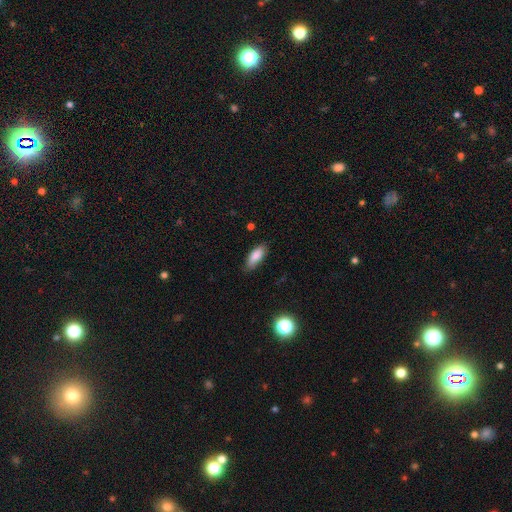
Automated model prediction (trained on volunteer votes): Overall: smooth (85%). How rounded: in between (75%). Merging: none (78%).